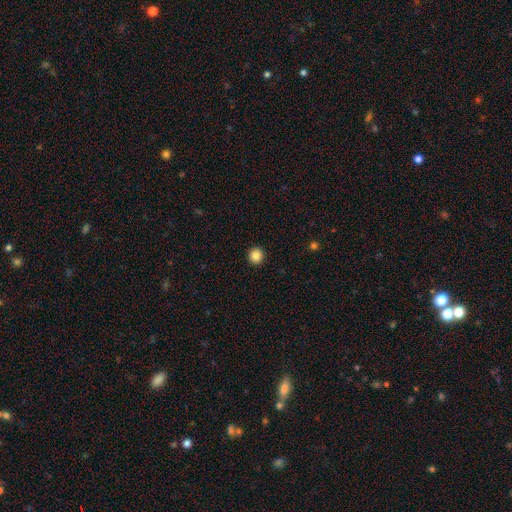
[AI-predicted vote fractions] This appears to be a smooth galaxy with no disk features (85%) that is round (93%). Merging: none (93%).